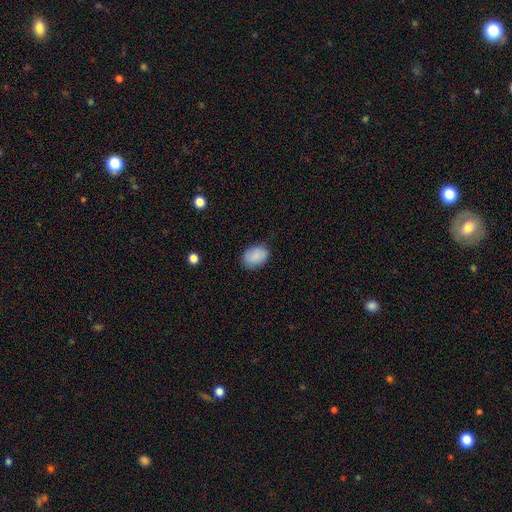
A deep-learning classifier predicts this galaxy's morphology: This appears to be a smooth galaxy with no disk features (87%) that is in between round and cigar-shaped (81%). Merging: none (82%).